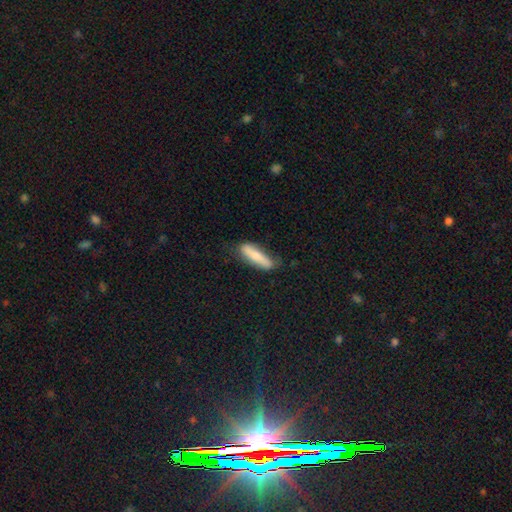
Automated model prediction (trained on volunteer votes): Smooth or featured? Predicted: smooth (p=0.70). How rounded? Predicted: cigar-shaped (p=0.66). Merging? Predicted: none (p=0.69).